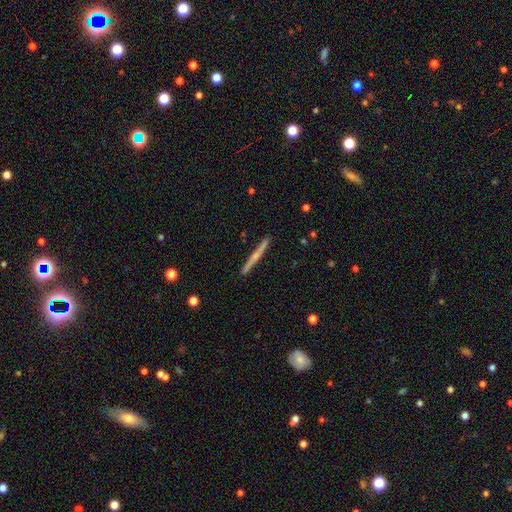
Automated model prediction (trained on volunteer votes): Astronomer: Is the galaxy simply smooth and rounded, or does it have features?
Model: featured or disk — 69%.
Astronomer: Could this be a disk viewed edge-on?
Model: yes — 98%.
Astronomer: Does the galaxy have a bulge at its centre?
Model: rounded — 68%.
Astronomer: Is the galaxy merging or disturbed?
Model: none — 91%.